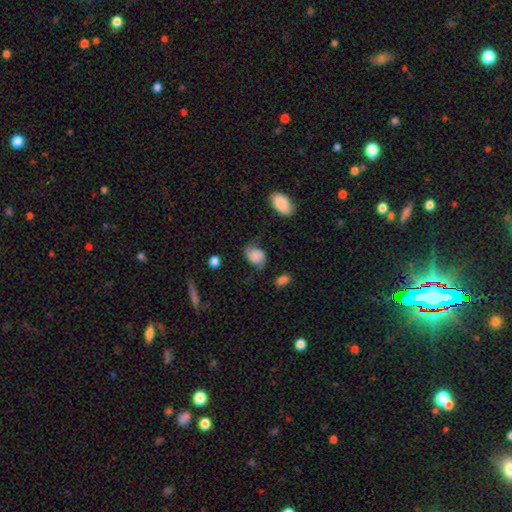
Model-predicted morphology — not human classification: smooth_or_featured: smooth (p=0.47) [alt: featured or disk p=0.42]
merging: none (p=0.57) [alt: minor disturbance p=0.27]